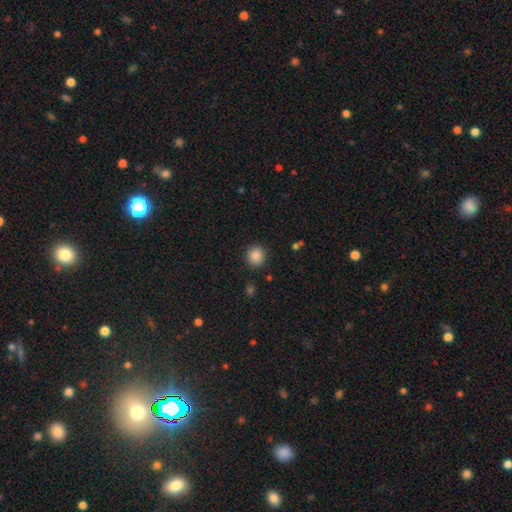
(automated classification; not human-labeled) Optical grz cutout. It shows a smooth galaxy with no disk features (87%) that is round (90%). Merging: none (90%).